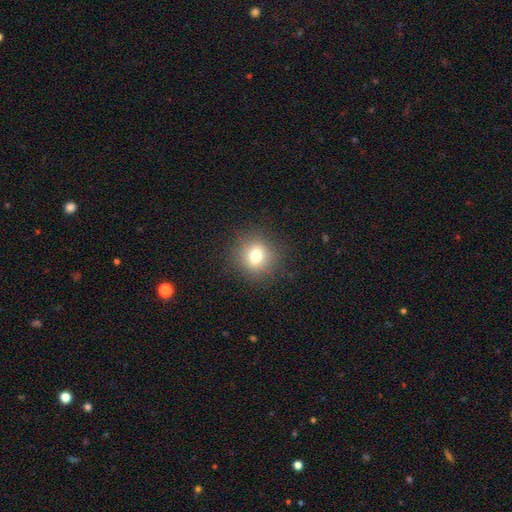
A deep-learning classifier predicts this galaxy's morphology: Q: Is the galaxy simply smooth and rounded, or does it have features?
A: smooth — 74%.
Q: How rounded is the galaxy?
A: round — 87%.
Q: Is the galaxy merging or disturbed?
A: none — 88%.